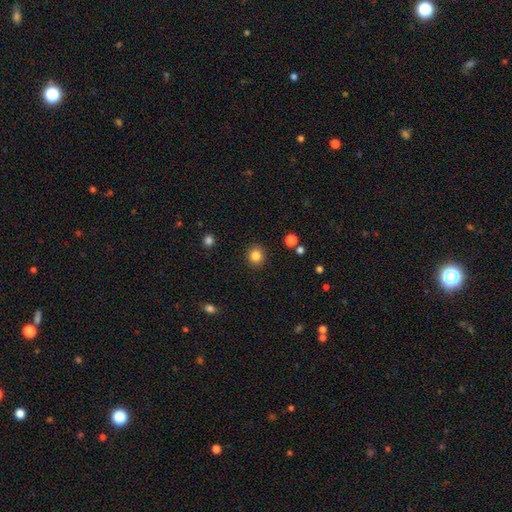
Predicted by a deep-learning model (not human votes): smooth-or-featured: smooth: 84% | star or artifact: 11% | featured or disk: 5%
  how-rounded: round: 85% | in between: 15% | cigar-shaped: 1%
  merging: none: 90% | minor disturbance: 7% | major disturbance: 2% | merger: 1%